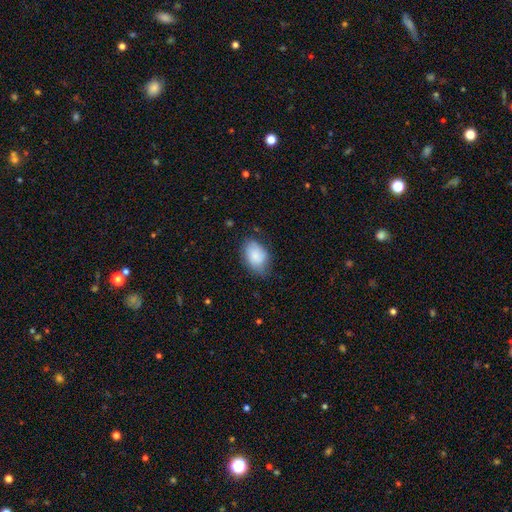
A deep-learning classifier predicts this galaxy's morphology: Smooth or featured? Predicted: smooth (p=0.82). How rounded? Predicted: in between (p=0.84). Merging? Predicted: none (p=0.64).